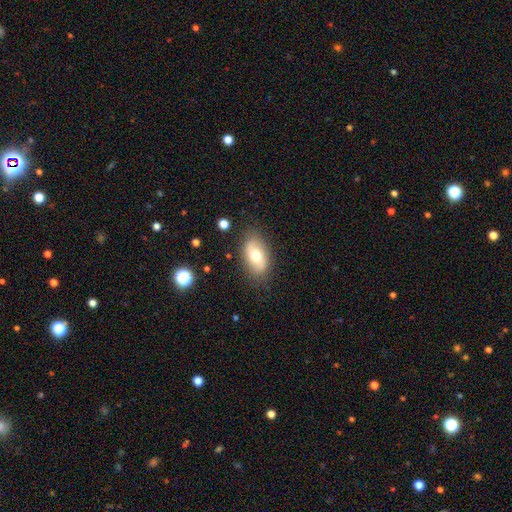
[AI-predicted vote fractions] smooth_or_featured: smooth (p=0.63) [alt: featured or disk p=0.29]
how_rounded: in between (p=0.91) [alt: round p=0.07]
merging: none (p=0.82) [alt: minor disturbance p=0.13]